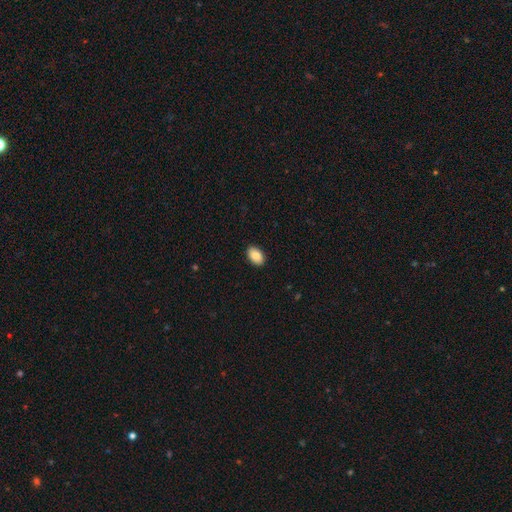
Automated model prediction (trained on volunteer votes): smooth 86%, featured or disk 7%, star or artifact 7%. Down the decision tree: how rounded — in between (91%); merging — none (90%).